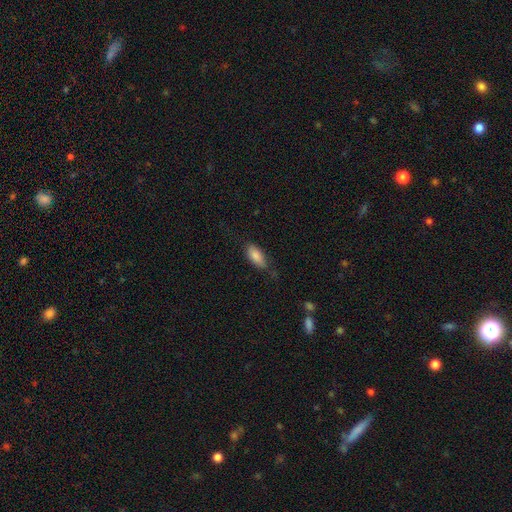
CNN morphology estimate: smooth 85%, featured or disk 8%, star or artifact 7%. Down the decision tree: how rounded — in between (88%); merging — none (69%).